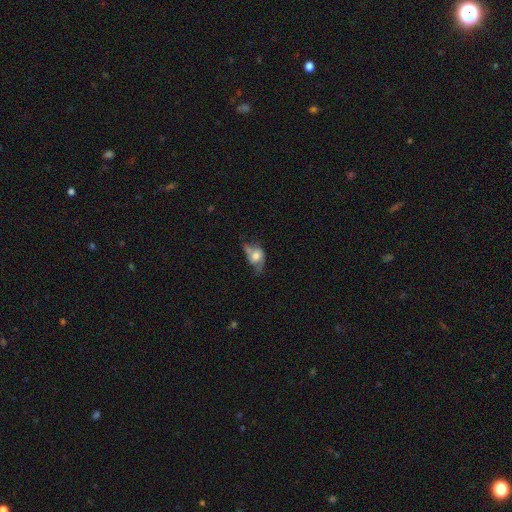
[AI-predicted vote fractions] This is possibly a smooth galaxy (55%). How rounded: likely in between (69%). Merging: marginally major disturbance (28%).